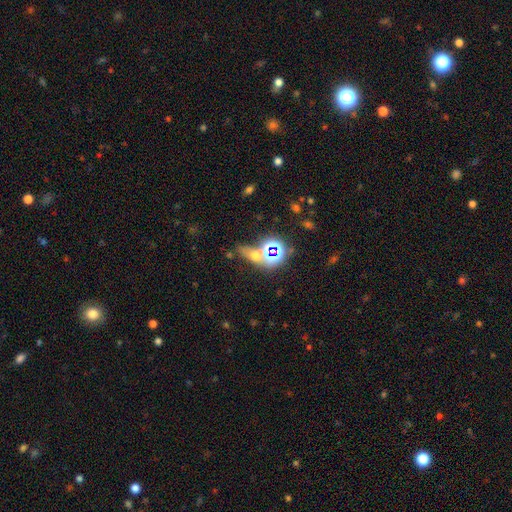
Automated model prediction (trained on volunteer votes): This is possibly a star or artifact rather than a galaxy (47%).